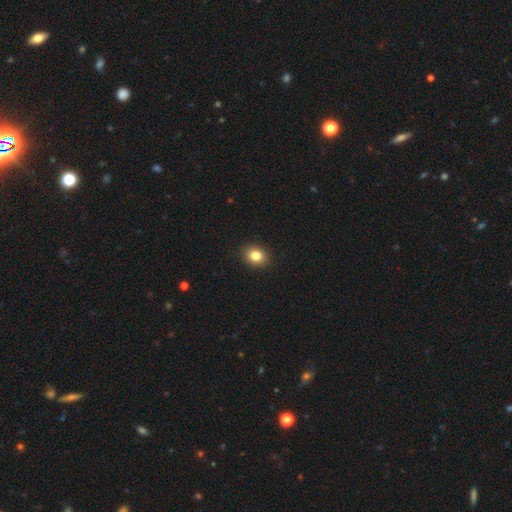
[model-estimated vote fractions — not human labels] Smooth or featured?
  - smooth: 83% *
  - star or artifact: 10%
  - featured or disk: 7%
How rounded?
  - in between: 50% *
  - round: 49%
  - cigar-shaped: 1%
Merging?
  - none: 91% *
  - minor disturbance: 6%
  - major disturbance: 2%
  - merger: 1%